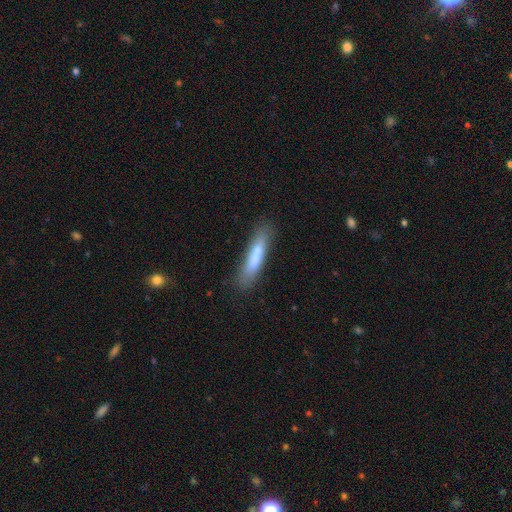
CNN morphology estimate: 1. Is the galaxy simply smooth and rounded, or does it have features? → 75% smooth, 19% featured or disk, 6% star or artifact.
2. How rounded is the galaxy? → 86% cigar-shaped, 13% in between, 1% round.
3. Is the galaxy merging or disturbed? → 78% none, 15% minor disturbance, 4% major disturbance, 2% merger.